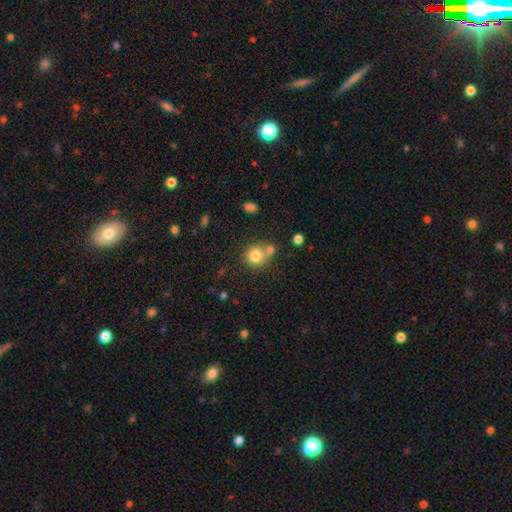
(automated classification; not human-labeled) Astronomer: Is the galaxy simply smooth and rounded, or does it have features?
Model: smooth — 80%.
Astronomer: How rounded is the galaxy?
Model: round — 88%.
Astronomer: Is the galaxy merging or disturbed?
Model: none — 61%.